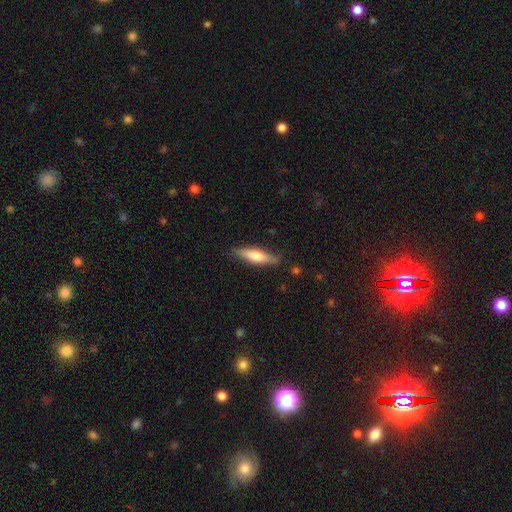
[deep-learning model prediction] Smooth or featured? smooth (58%)
How rounded? cigar-shaped (72%)
Merging? none (82%)